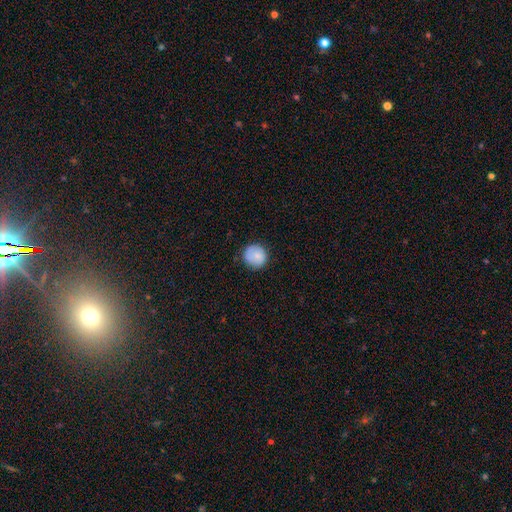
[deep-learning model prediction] This appears to be a smooth galaxy with no disk features (82%) that is round (90%). Merging: none (83%).